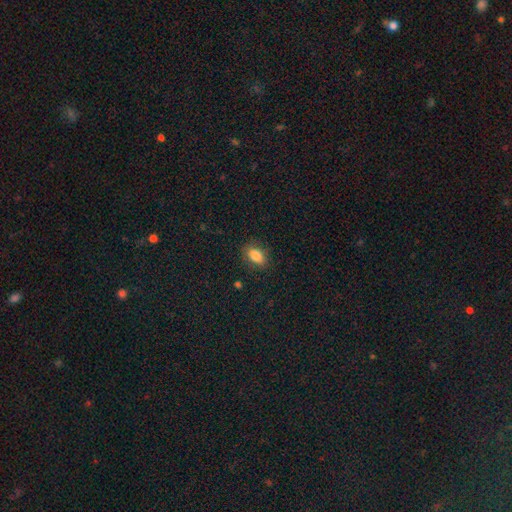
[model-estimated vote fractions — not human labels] A smooth galaxy with no disk features (84%) that is in between round and cigar-shaped (87%). Merging: none (85%).